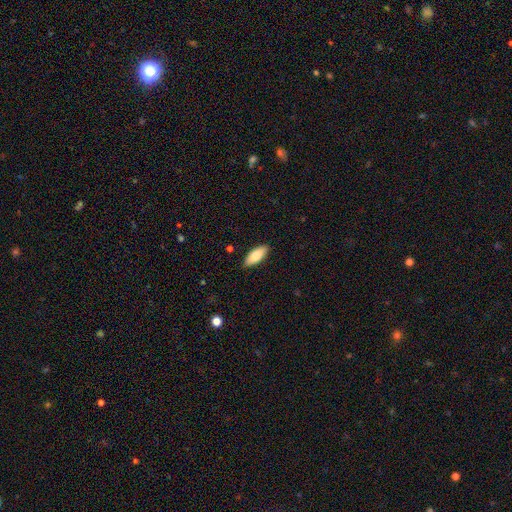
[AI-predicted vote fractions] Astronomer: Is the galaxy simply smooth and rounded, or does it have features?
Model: smooth — 78%.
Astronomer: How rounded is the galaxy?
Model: in between — 81%.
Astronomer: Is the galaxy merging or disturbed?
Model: none — 89%.